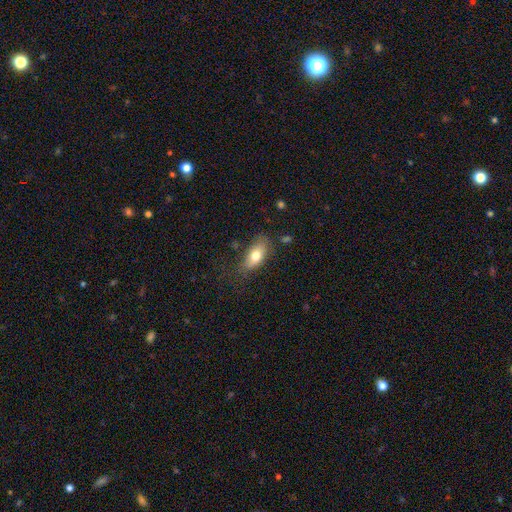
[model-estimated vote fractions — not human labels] smooth 74%, featured or disk 19%, star or artifact 7%. Down the decision tree: how rounded — in between (86%); merging — none (68%).